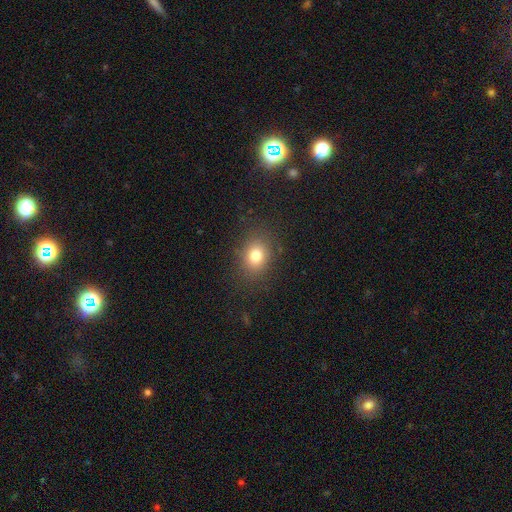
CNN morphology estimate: This appears to be a smooth galaxy with no disk features (79%) that is round (52%). Merging: none (84%).